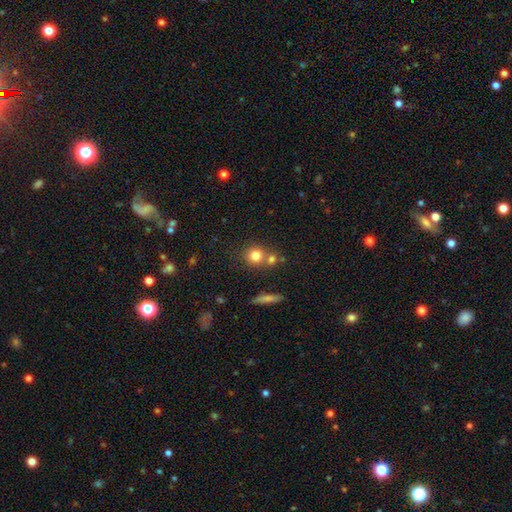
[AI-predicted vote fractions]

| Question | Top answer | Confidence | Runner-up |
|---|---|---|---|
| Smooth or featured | smooth | 79% | star or artifact (11%) |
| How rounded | round | 87% | in between (12%) |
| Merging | none | 58% | merger (30%) |